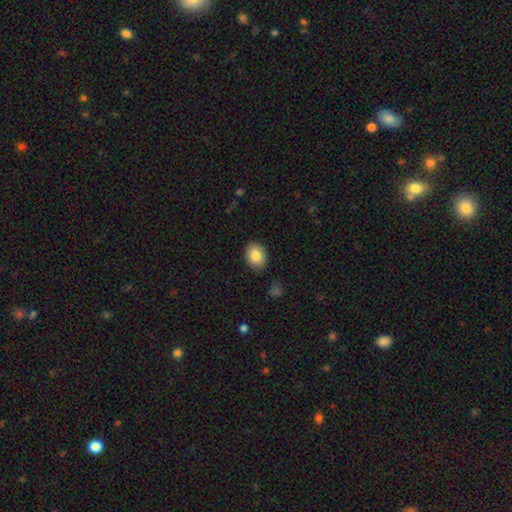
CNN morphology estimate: Smooth or featured: smooth — 83% (featured or disk — 9%)
How rounded: in between — 59% (round — 40%)
Merging: none — 88% (minor disturbance — 9%)